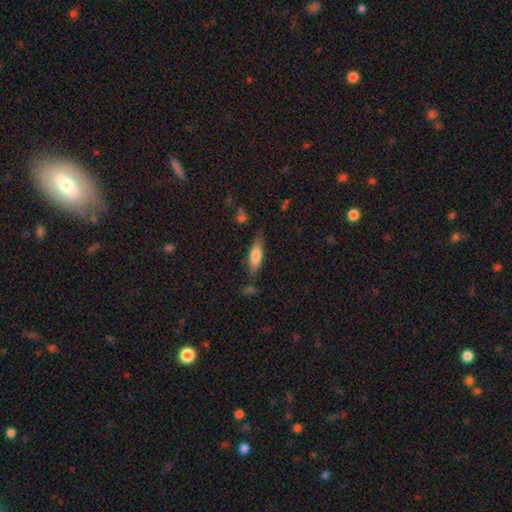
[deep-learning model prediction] Smooth or featured? smooth (70%)
How rounded? cigar-shaped (52%)
Merging? none (73%)